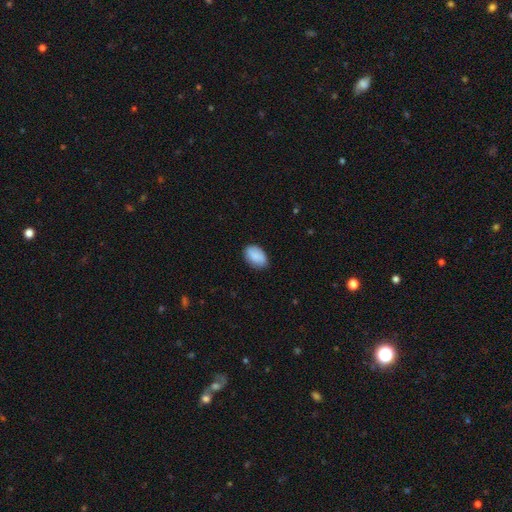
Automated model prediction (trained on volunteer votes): Smooth or featured?
  - smooth: 88% *
  - star or artifact: 6%
  - featured or disk: 6%
How rounded?
  - in between: 90% *
  - round: 8%
  - cigar-shaped: 1%
Merging?
  - none: 83% *
  - minor disturbance: 13%
  - major disturbance: 3%
  - merger: 1%